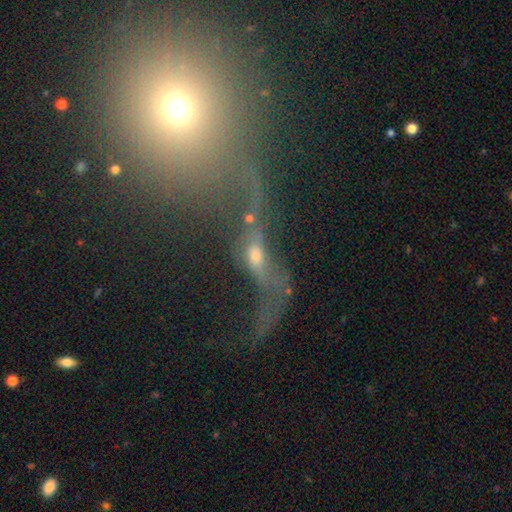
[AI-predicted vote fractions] Smooth or featured?
  - featured or disk: 54% *
  - smooth: 26%
  - star or artifact: 20%
Edge-on disk?
  - no: 81% *
  - yes: 19%
Merging?
  - merger: 46% *
  - major disturbance: 28%
  - none: 16%
  - minor disturbance: 10%